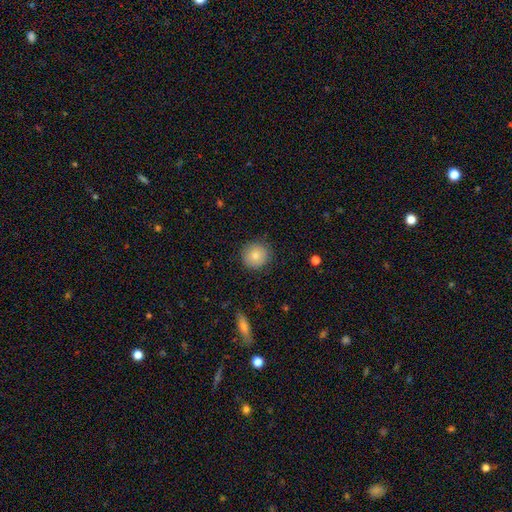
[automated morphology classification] smooth-or-featured: smooth: 82% | featured or disk: 10% | star or artifact: 9%
  how-rounded: round: 92% | in between: 7% | cigar-shaped: 1%
  merging: none: 88% | minor disturbance: 9% | major disturbance: 2% | merger: 1%